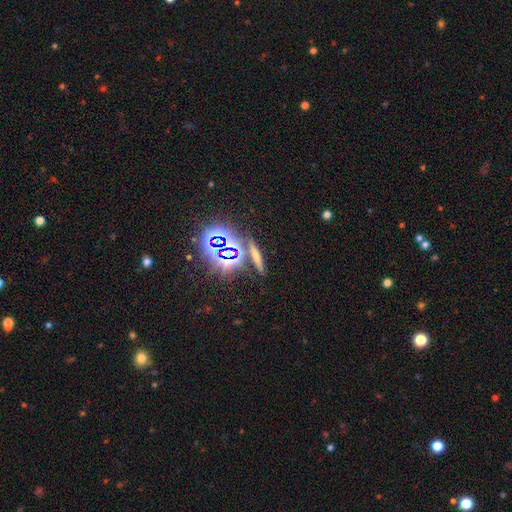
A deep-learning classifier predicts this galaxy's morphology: Smooth or featured? smooth (46%)
Merging? none (79%)